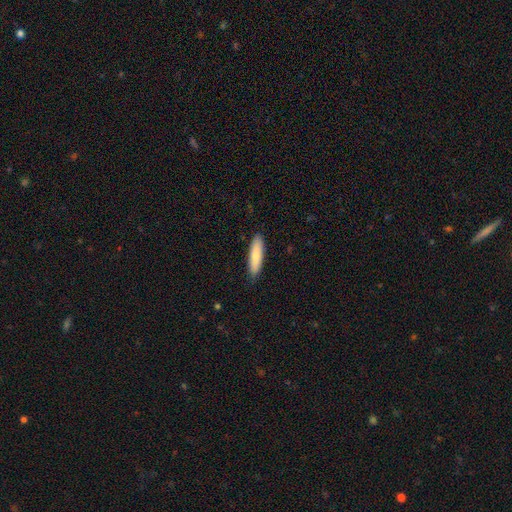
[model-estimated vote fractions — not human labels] The model was most divided on "how rounded": cigar-shaped: 65%, in between: 34%, round: 1%. More confident: merging — none (87%); smooth or featured — smooth (83%).